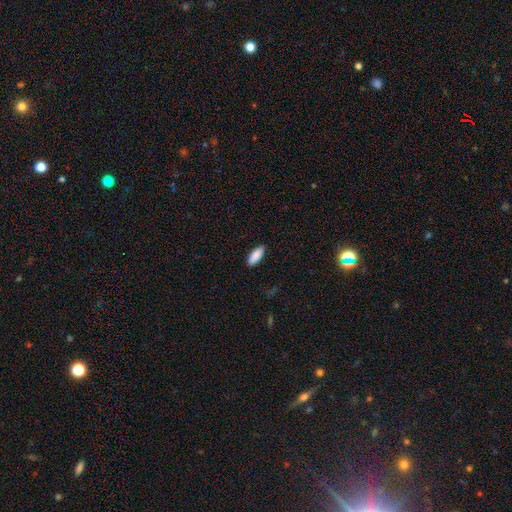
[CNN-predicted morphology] Q: Smooth or featured?
A: smooth (89%); runner-up: star or artifact (6%)
Q: How rounded?
A: in between (75%); runner-up: cigar-shaped (23%)
Q: Merging?
A: none (88%); runner-up: minor disturbance (9%)